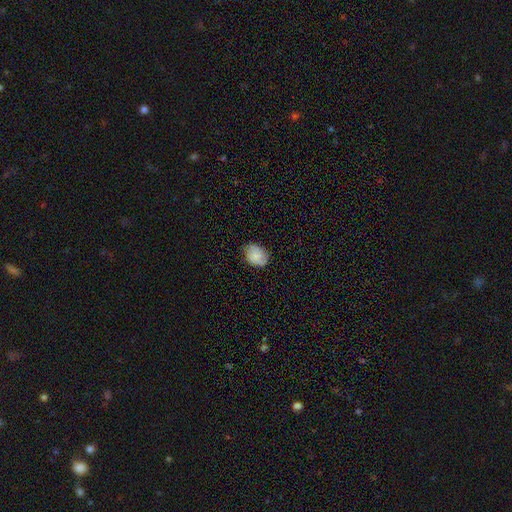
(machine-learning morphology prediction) The model was most divided on "how rounded": in between: 60%, round: 38%, cigar-shaped: 1%. More confident: merging — none (70%); smooth or featured — smooth (63%).